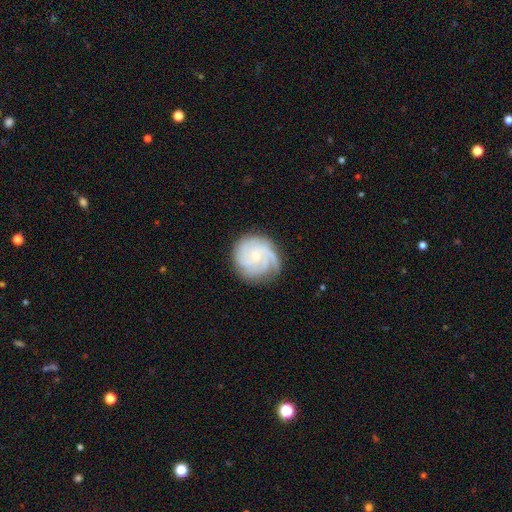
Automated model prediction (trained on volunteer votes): smooth-or-featured: featured or disk: 82% | smooth: 12% | star or artifact: 6%
  disk-edge-on: no: 98% | yes: 2%
    bar: no: 75% | weak: 21% | strong: 3%
    has-spiral-arms: yes: 96% | no: 4%
      spiral-winding: tight: 63% | medium: 29% | loose: 8%
      spiral-arm-count: 3: 40% | can't tell: 21% | 4: 15% | 2: 12% | 1: 6% | more than 4: 6%
    bulge-size: small: 65% | moderate: 31% | none: 1% | large: 1% | dominant: 1%
  merging: none: 76% | minor disturbance: 17% | major disturbance: 6% | merger: 1%